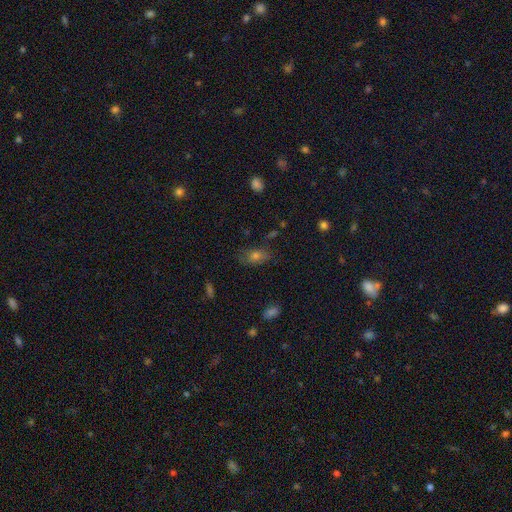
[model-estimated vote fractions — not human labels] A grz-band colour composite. It shows a smooth galaxy with no disk features (61%) that is in between round and cigar-shaped (81%). Merging: none (74%).